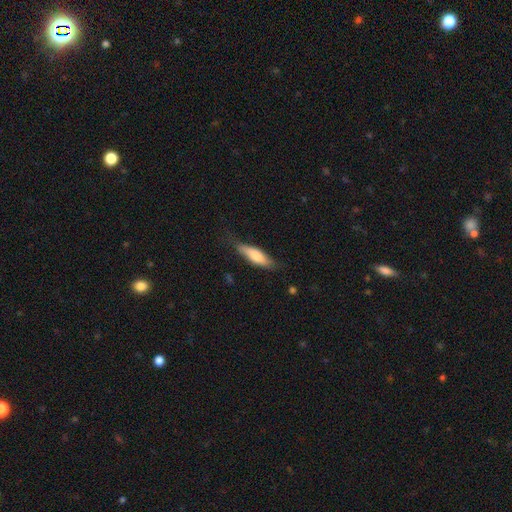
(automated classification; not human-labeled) smooth 73%, featured or disk 21%, star or artifact 6%. Down the decision tree: how rounded — cigar-shaped (54%); merging — none (66%).